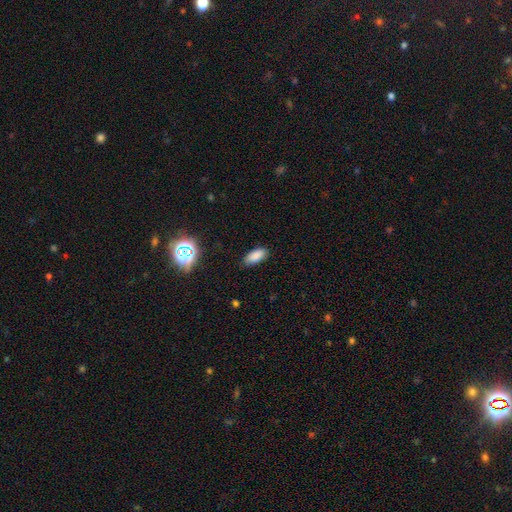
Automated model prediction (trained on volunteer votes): smooth-or-featured: smooth: 85% | star or artifact: 11% | featured or disk: 5%
  how-rounded: in between: 89% | cigar-shaped: 8% | round: 3%
  merging: none: 84% | minor disturbance: 13% | major disturbance: 3% | merger: 1%